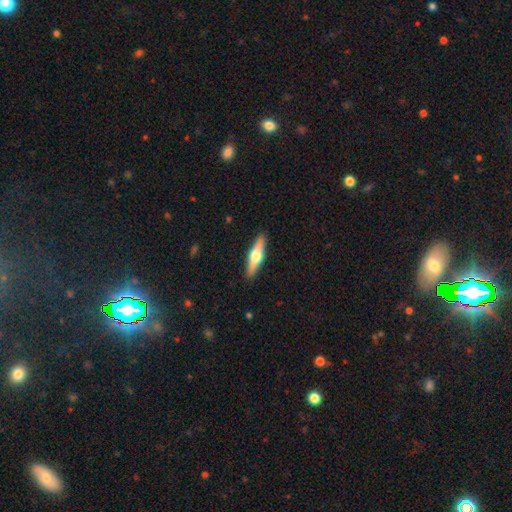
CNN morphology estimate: Smooth or featured?
  - featured or disk: 57% *
  - smooth: 38%
  - star or artifact: 5%
Edge-on disk?
  - yes: 96% *
  - no: 4%
Edge-on bulge?
  - rounded: 95% *
  - boxy: 3%
  - none: 2%
Merging?
  - none: 91% *
  - minor disturbance: 7%
  - major disturbance: 1%
  - merger: 1%